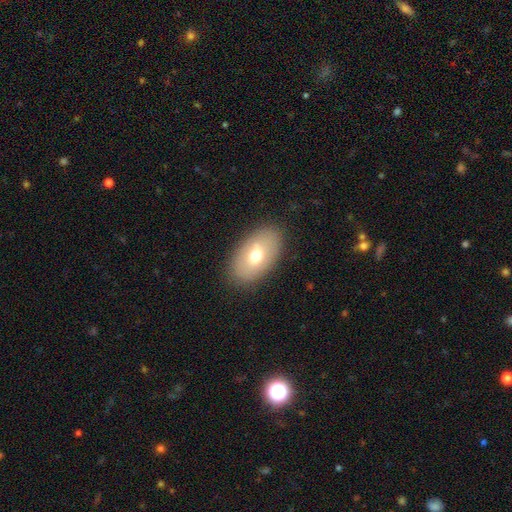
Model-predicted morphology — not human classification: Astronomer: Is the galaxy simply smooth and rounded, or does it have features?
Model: smooth — 66%.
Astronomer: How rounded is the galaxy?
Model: in between — 91%.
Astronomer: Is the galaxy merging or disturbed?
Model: none — 85%.